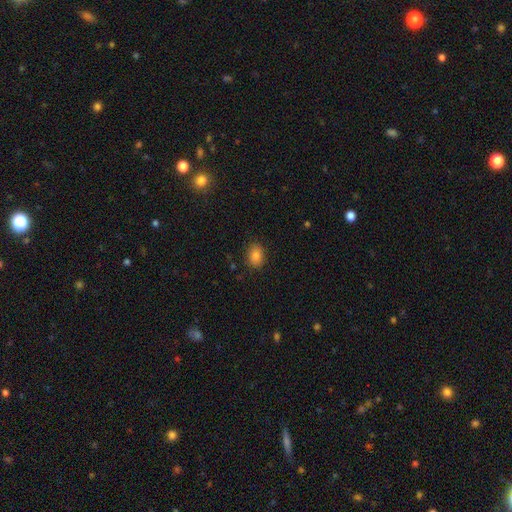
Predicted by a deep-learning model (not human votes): smooth-or-featured: smooth: 83% | star or artifact: 10% | featured or disk: 7%
  how-rounded: in between: 69% | round: 30% | cigar-shaped: 1%
  merging: none: 85% | minor disturbance: 11% | major disturbance: 2% | merger: 1%